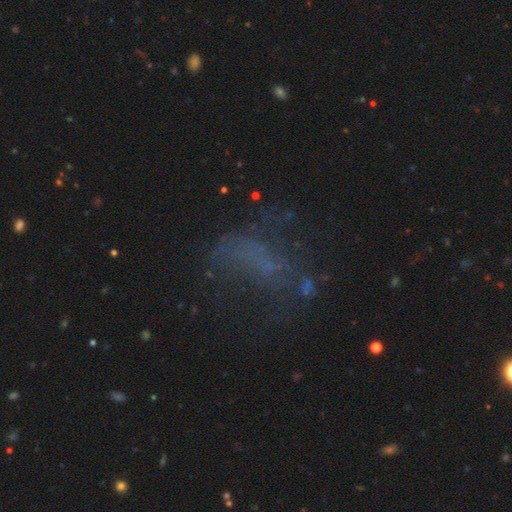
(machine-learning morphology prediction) type=featured or disk (40%); merging=none (43%).